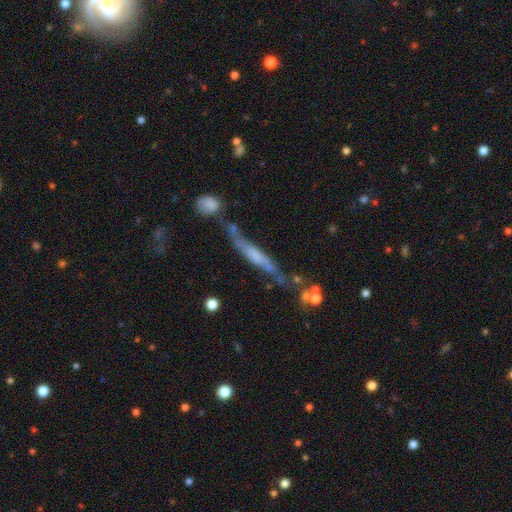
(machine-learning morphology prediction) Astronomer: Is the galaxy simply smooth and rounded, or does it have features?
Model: featured or disk — 58%.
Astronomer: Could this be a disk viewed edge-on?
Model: yes — 76%.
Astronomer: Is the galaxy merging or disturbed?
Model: none — 47% (runner-up: minor disturbance, 23%).